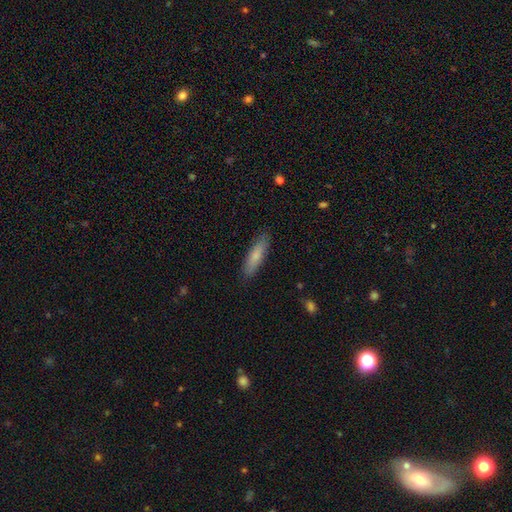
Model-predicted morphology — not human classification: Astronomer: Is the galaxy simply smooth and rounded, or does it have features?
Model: smooth — 78%.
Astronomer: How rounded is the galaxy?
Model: cigar-shaped — 71%.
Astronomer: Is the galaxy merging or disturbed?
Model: none — 87%.